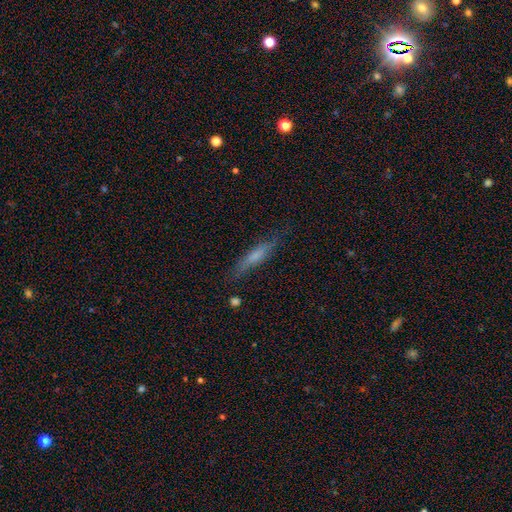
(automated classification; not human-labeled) Smooth or featured: smooth — 56% (featured or disk — 36%)
How rounded: cigar-shaped — 85% (in between — 13%)
Merging: none — 75% (minor disturbance — 18%)